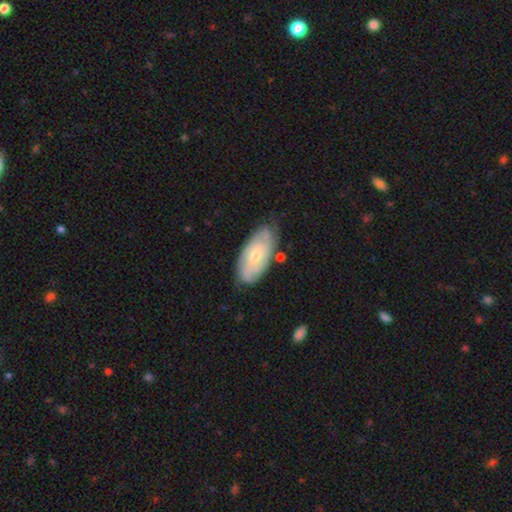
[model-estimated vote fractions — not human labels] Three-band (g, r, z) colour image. It shows a featured or disk galaxy (70%) with no bar (67%), tight (65%) spiral arms (90%) and a small central bulge (53%). Merging: none (70%).